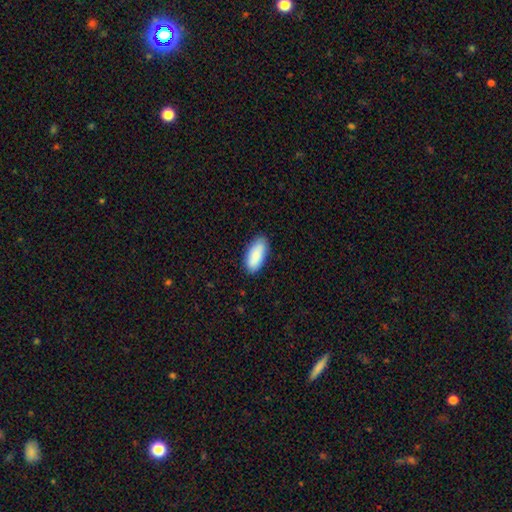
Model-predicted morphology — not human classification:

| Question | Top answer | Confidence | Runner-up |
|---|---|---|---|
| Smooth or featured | smooth | 87% | featured or disk (7%) |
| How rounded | in between | 89% | cigar-shaped (9%) |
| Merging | none | 86% | minor disturbance (11%) |